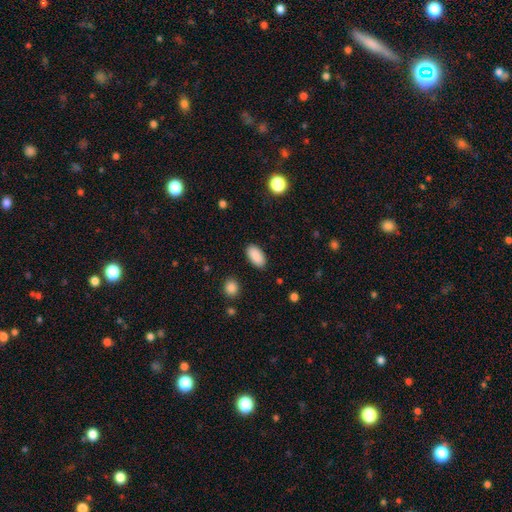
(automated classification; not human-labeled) This is clearly a smooth galaxy (89%). How rounded: clearly in between (94%). Merging: clearly none (89%).